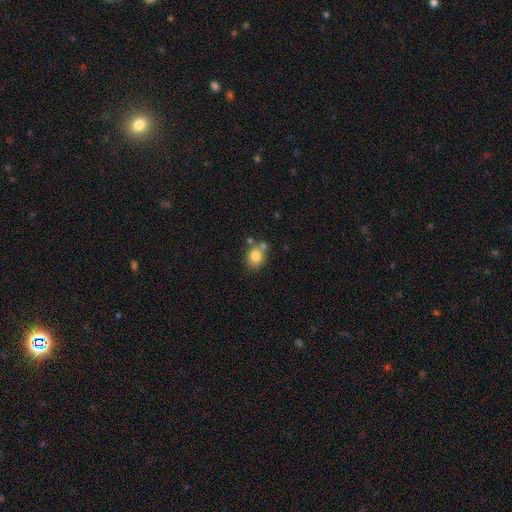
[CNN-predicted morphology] smooth 80%, star or artifact 10%, featured or disk 10%. Down the decision tree: how rounded — round (60%); merging — none (57%).